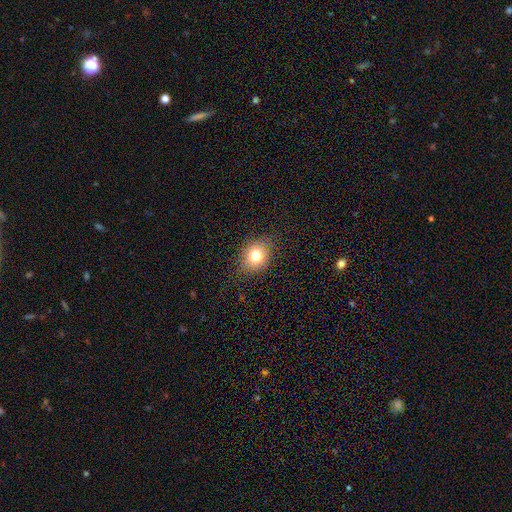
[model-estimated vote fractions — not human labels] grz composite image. It shows a smooth galaxy with no disk features (77%) that is round (59%). Merging: none (82%).